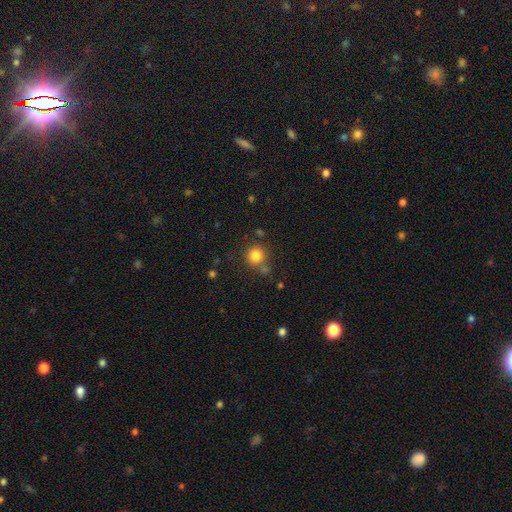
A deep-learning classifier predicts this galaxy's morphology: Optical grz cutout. It shows a smooth galaxy with no disk features (82%) that is round (92%). Merging: none (71%).